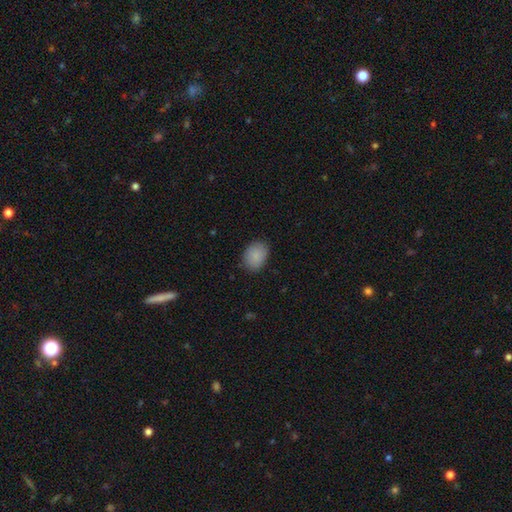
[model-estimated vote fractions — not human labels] A smooth galaxy with no disk features (88%) that is in between round and cigar-shaped (68%). Merging: none (81%).